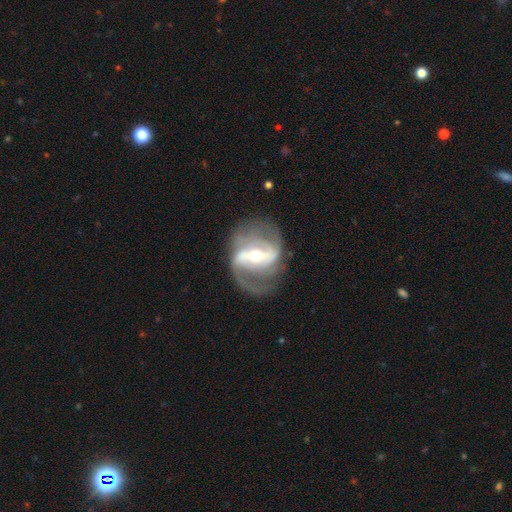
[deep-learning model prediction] Smooth or featured?
  - featured or disk: 87% *
  - smooth: 7%
  - star or artifact: 6%
Edge-on disk?
  - no: 96% *
  - yes: 4%
Bar?
  - strong: 63% *
  - weak: 27%
  - no: 11%
Spiral arms?
  - yes: 92% *
  - no: 8%
Spiral winding?
  - medium: 44% *
  - loose: 40%
  - tight: 16%
Spiral arm count?
  - 2: 76% *
  - can't tell: 8%
  - 3: 6%
  - 1: 5%
  - 4: 2%
  - more than 4: 2%
Bulge size?
  - small: 49% *
  - moderate: 46%
  - large: 3%
  - none: 1%
  - dominant: 1%
Merging?
  - none: 65% *
  - minor disturbance: 17%
  - major disturbance: 16%
  - merger: 2%